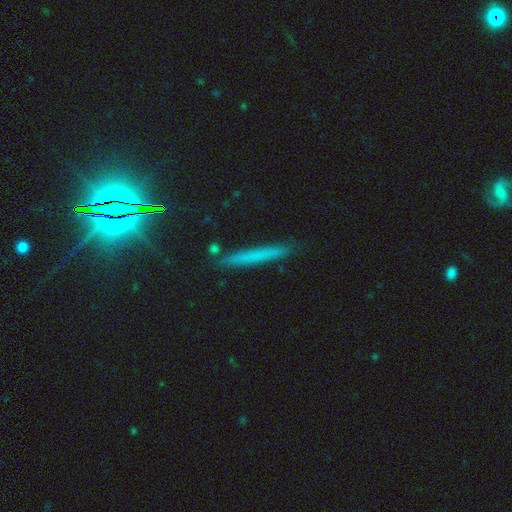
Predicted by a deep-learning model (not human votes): smooth-or-featured: smooth: 53% | featured or disk: 29% | star or artifact: 18%
  how-rounded: cigar-shaped: 95% | in between: 3% | round: 2%
  merging: none: 87% | minor disturbance: 10% | major disturbance: 2% | merger: 2%